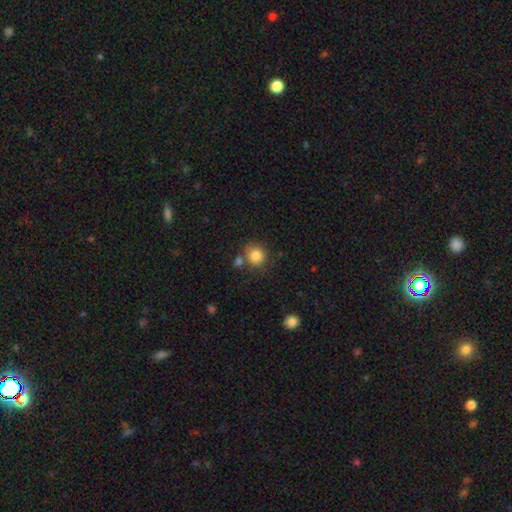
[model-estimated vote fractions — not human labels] Smooth or featured?
  - smooth: 84% *
  - star or artifact: 10%
  - featured or disk: 6%
How rounded?
  - round: 87% *
  - in between: 12%
  - cigar-shaped: 1%
Merging?
  - none: 69% *
  - merger: 15%
  - minor disturbance: 12%
  - major disturbance: 4%